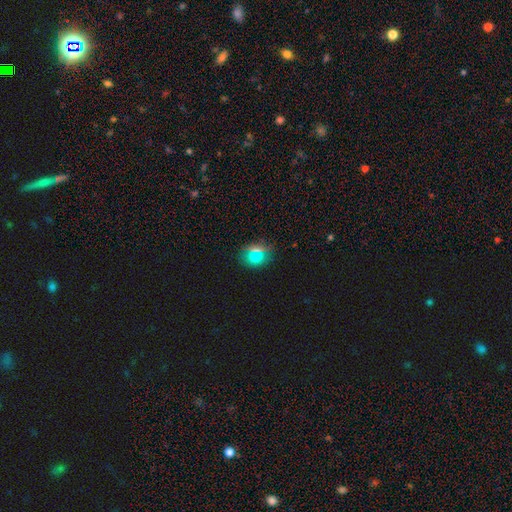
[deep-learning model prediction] smooth_or_featured: smooth (p=0.69) [alt: star or artifact p=0.22]
how_rounded: round (p=0.63) [alt: in between p=0.33]
merging: none (p=0.81) [alt: minor disturbance p=0.10]